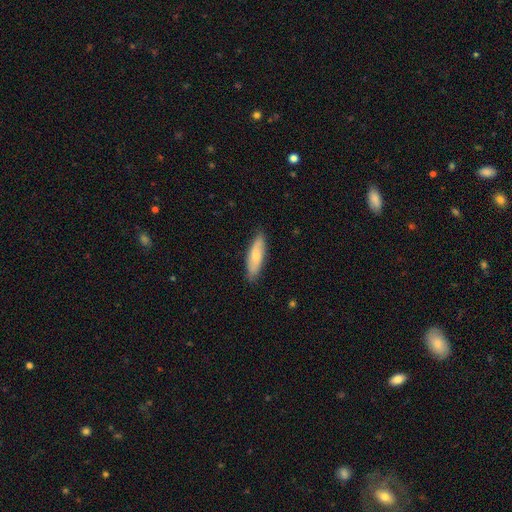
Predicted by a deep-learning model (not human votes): Morphology: type=smooth (68%); roundness=cigar-shaped (50%); merging=none (84%).